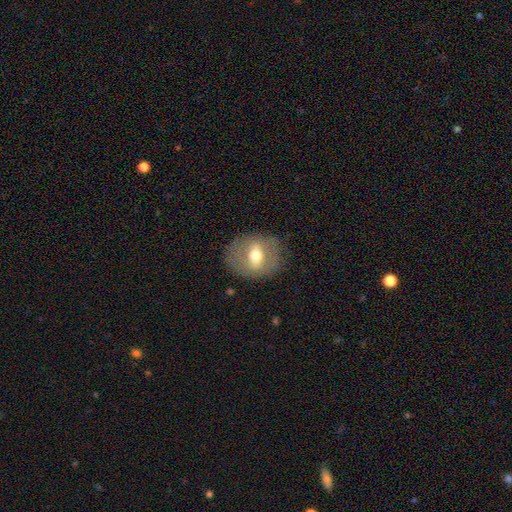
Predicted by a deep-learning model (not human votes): A featured or disk galaxy (49%). Merging: none (79%).